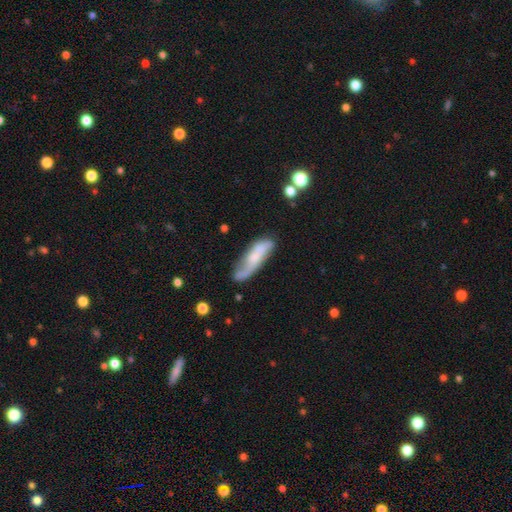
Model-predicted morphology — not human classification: Overall: featured or disk (55%; smooth 38%). Edge-on disk: no (79%). Merging: none (60%; minor disturbance 25%).